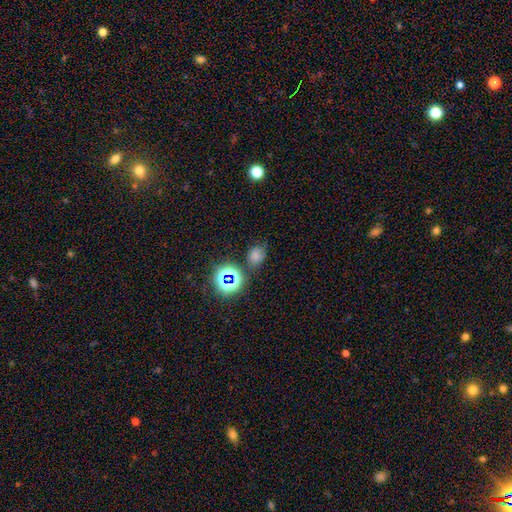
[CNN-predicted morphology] Smooth or featured?
  - smooth: 62% *
  - star or artifact: 29%
  - featured or disk: 9%
How rounded?
  - in between: 52% *
  - round: 47%
  - cigar-shaped: 1%
Merging?
  - none: 65% *
  - minor disturbance: 22%
  - major disturbance: 7%
  - merger: 6%